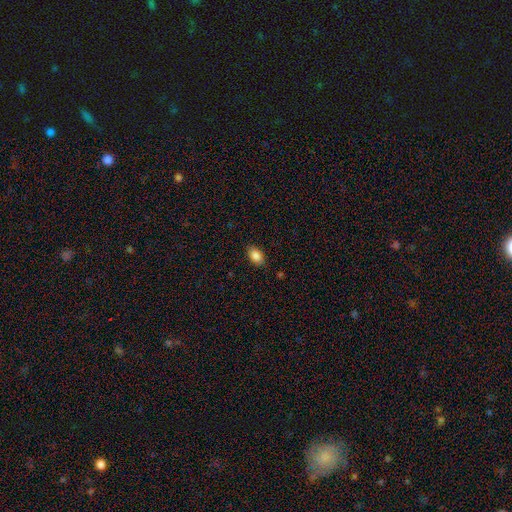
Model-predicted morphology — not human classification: This appears to be a smooth galaxy with no disk features (87%) that is in between round and cigar-shaped (88%). Merging: none (86%).